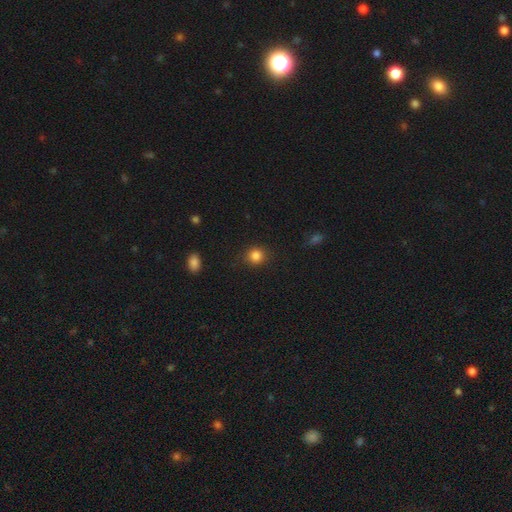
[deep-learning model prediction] smooth-or-featured: smooth: 85% | star or artifact: 11% | featured or disk: 4%
  how-rounded: round: 88% | in between: 11% | cigar-shaped: 1%
  merging: none: 87% | minor disturbance: 9% | major disturbance: 3% | merger: 1%